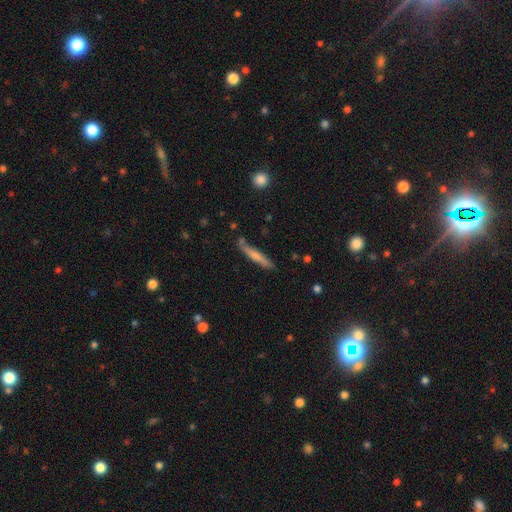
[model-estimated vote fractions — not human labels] Smooth or featured? Predicted: smooth (p=0.58). How rounded? Predicted: cigar-shaped (p=0.93). Merging? Predicted: none (p=0.78).